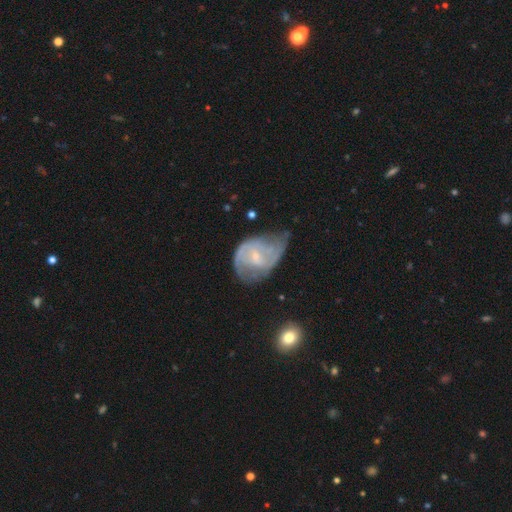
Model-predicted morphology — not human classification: type=featured or disk (74%); edge-on=no (97%); bar=weak (52%); spiral arms=yes (84%); winding=medium (43%); arm count=2 (56%); bulge=small (64%); merging=minor disturbance (35%).